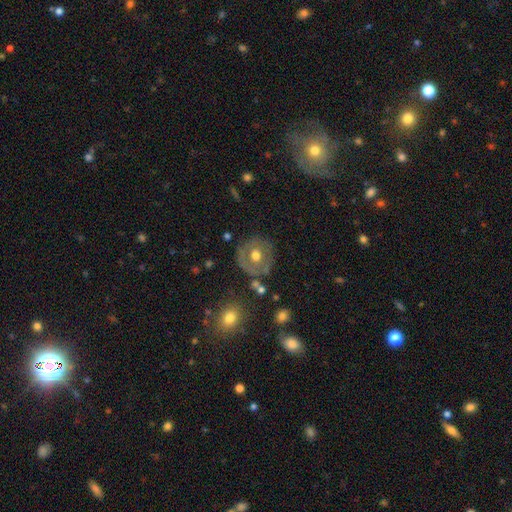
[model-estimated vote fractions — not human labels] Smooth or featured: smooth — 50% (featured or disk — 42%)
Merging: none — 74% (minor disturbance — 15%)